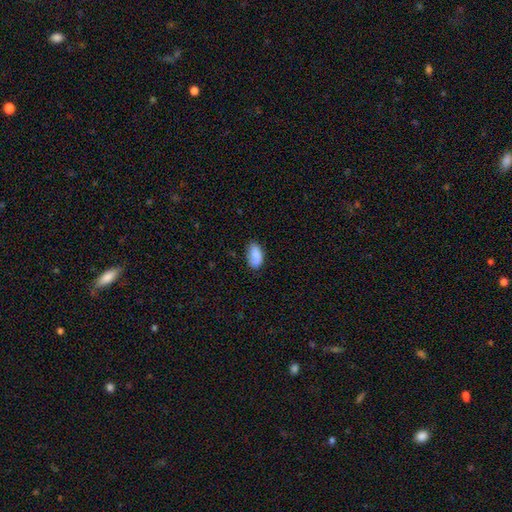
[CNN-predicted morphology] A smooth galaxy with no disk features (85%) that is in between round and cigar-shaped (93%).

Vote fractions:
- Smooth or featured? smooth: 85% / featured or disk: 8% / star or artifact: 7%
- How rounded? in between: 93% / round: 4% / cigar-shaped: 3%
- Merging? none: 69% / minor disturbance: 24% / major disturbance: 5% / merger: 2%